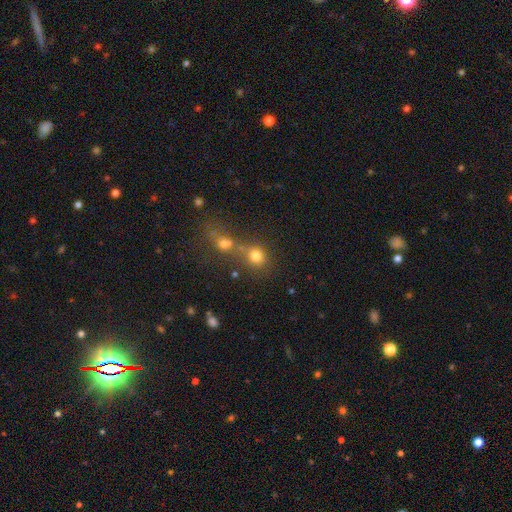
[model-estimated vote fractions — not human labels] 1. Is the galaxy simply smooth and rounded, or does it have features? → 75% smooth, 16% star or artifact, 9% featured or disk.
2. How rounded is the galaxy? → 79% round, 20% in between, 1% cigar-shaped.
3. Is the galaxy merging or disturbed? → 49% none, 33% merger, 11% minor disturbance, 7% major disturbance.